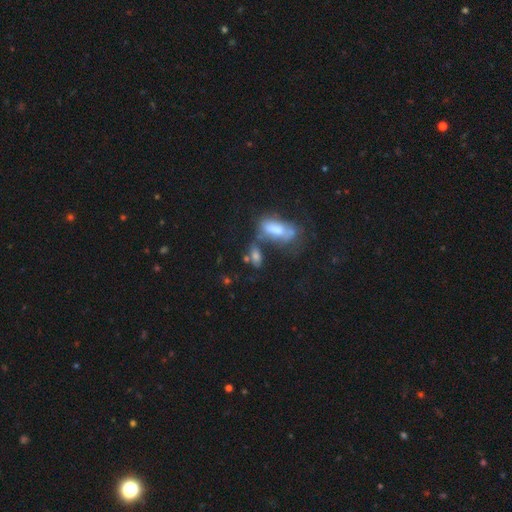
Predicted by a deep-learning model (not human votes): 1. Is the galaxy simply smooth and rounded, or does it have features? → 53% smooth, 29% featured or disk, 18% star or artifact.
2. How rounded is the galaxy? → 68% in between, 24% cigar-shaped, 8% round.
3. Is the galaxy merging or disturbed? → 38% none, 32% merger, 17% minor disturbance, 13% major disturbance.